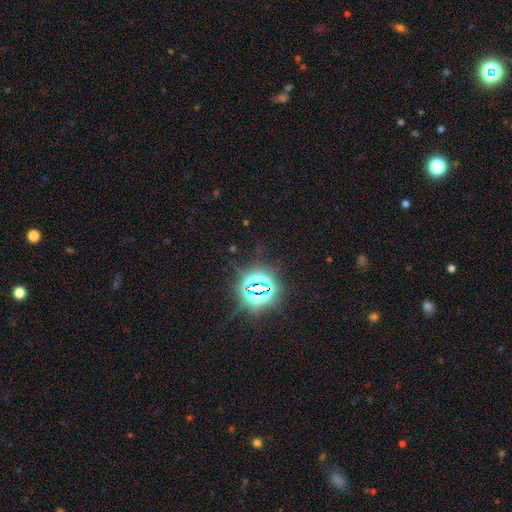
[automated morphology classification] Overall: star or artifact (81%).